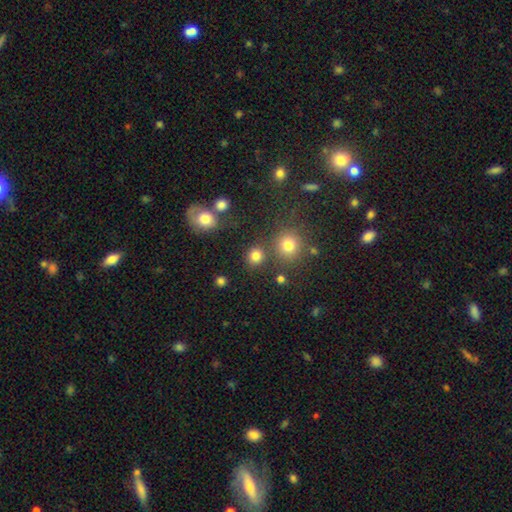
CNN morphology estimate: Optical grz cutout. It shows a smooth galaxy with no disk features (80%) that is round (86%). Merging: none (81%).